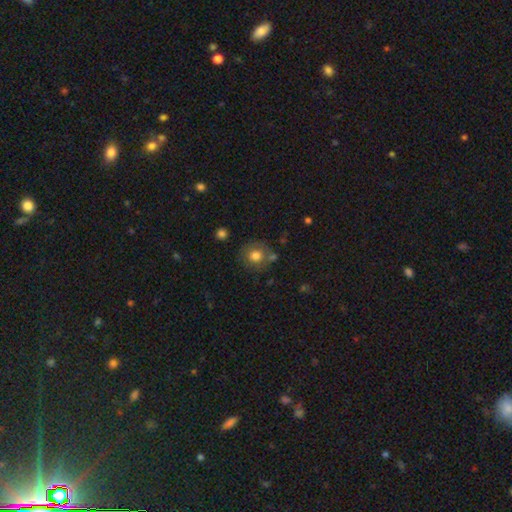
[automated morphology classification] smooth 72%, featured or disk 18%, star or artifact 10%. Down the decision tree: how rounded — round (88%); merging — none (70%).